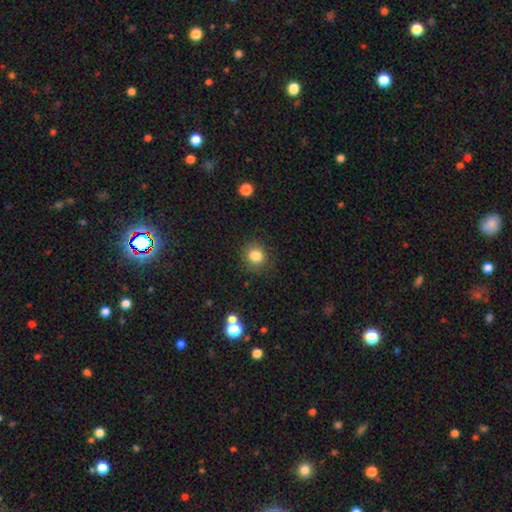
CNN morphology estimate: A smooth galaxy with no disk features (83%) that is round (86%). Merging: none (85%).